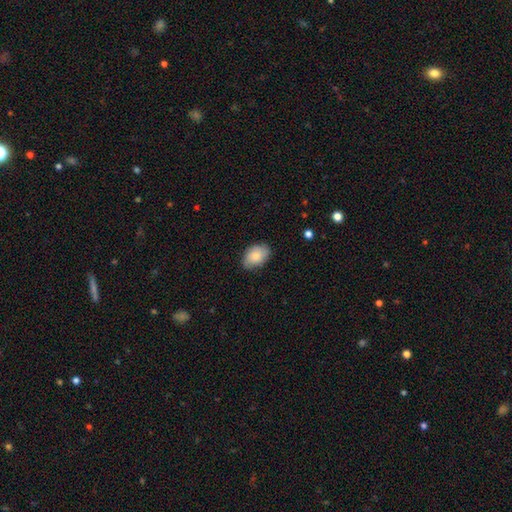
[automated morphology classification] Smooth or featured?
  - smooth: 78% *
  - featured or disk: 16%
  - star or artifact: 7%
How rounded?
  - in between: 84% *
  - round: 15%
  - cigar-shaped: 1%
Merging?
  - none: 78% *
  - minor disturbance: 18%
  - major disturbance: 3%
  - merger: 1%